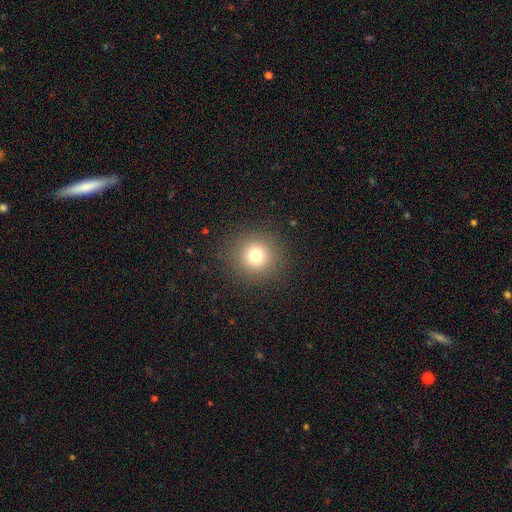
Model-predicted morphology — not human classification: This is likely a smooth galaxy (76%). How rounded: clearly round (94%). Merging: clearly none (89%).